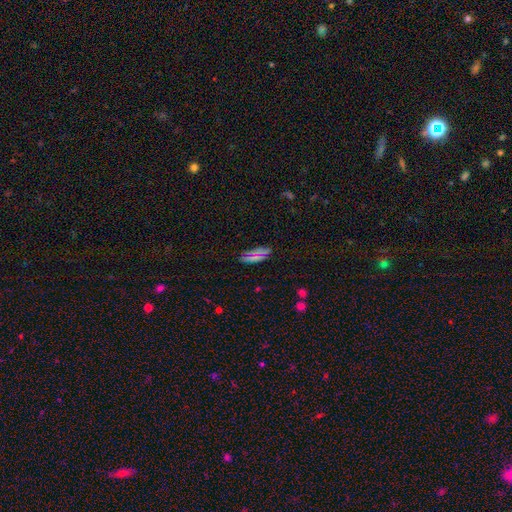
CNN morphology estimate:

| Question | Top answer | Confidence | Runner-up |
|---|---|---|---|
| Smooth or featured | smooth | 70% | star or artifact (19%) |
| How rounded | in between | 72% | cigar-shaped (23%) |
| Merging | none | 80% | minor disturbance (14%) |